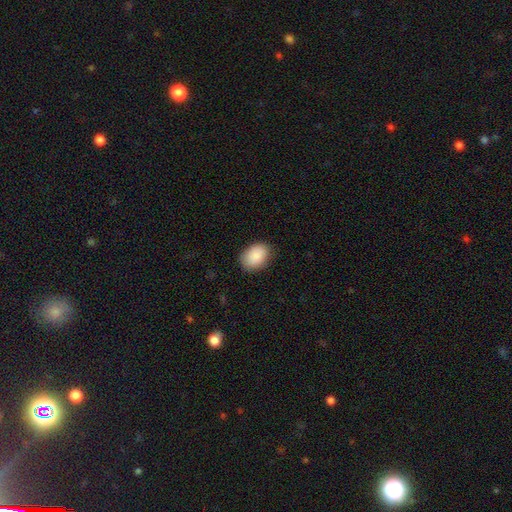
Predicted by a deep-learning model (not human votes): smooth_or_featured: smooth (p=0.89) [alt: star or artifact p=0.07]
how_rounded: in between (p=0.78) [alt: round p=0.21]
merging: none (p=0.84) [alt: minor disturbance p=0.12]